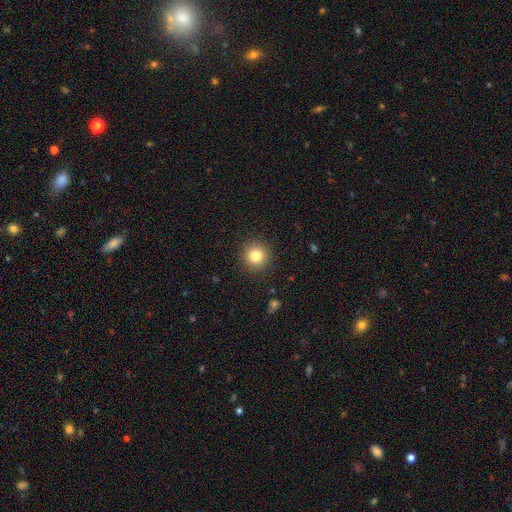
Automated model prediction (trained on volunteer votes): A smooth galaxy with no disk features (82%) that is round (94%). Merging: none (91%).